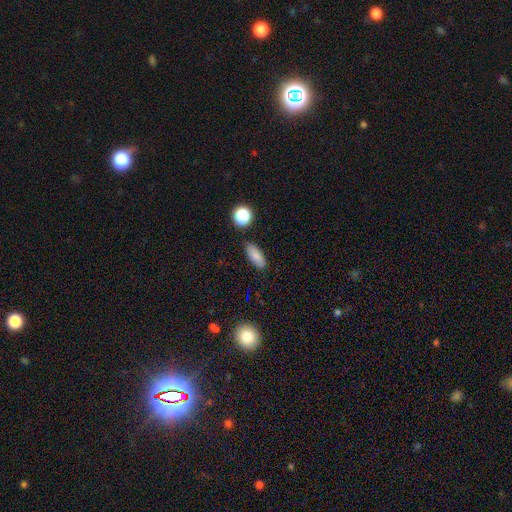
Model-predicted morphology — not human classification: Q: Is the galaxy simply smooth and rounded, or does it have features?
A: smooth — 82%.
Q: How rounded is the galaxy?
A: in between — 77%.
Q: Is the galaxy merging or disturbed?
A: none — 84%.